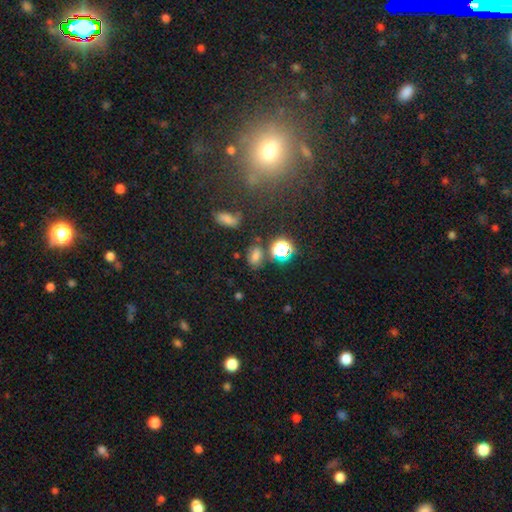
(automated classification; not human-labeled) This is likely a smooth galaxy (63%). How rounded: likely in between (72%). Merging: likely none (71%).